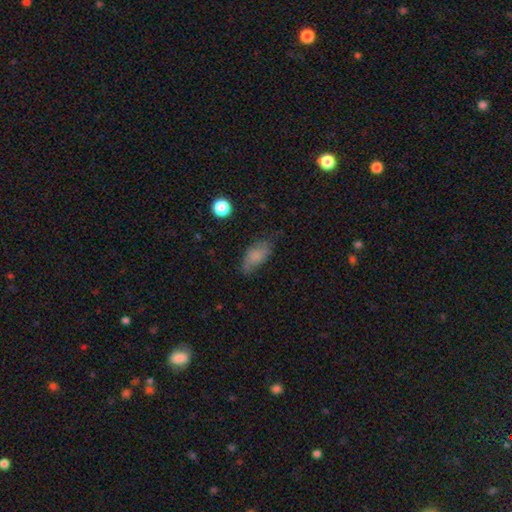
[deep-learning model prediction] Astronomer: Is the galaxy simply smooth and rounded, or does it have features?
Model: smooth — 69%.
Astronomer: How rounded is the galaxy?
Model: in between — 87%.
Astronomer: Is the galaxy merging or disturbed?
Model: none — 59%.